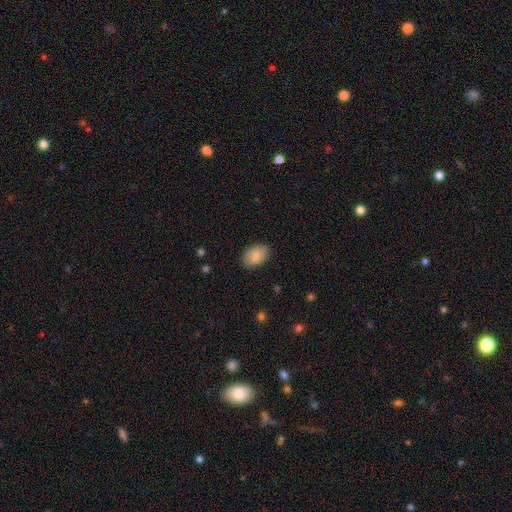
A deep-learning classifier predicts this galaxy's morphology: A smooth galaxy with no disk features (85%) that is in between round and cigar-shaped (90%). Merging: none (82%).